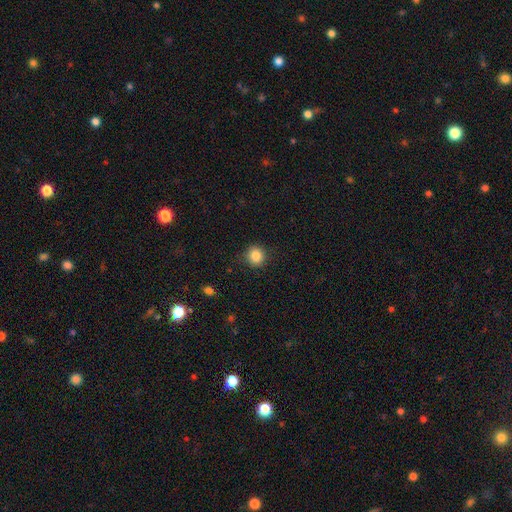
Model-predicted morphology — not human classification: The model was most divided on "smooth or featured": smooth: 85%, star or artifact: 10%, featured or disk: 5%. More confident: how rounded — round (90%); merging — none (88%).